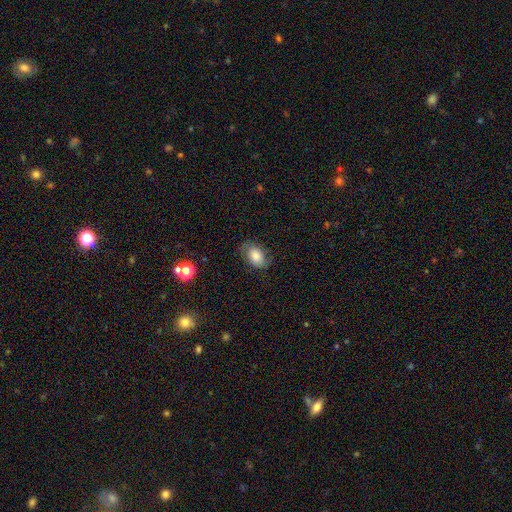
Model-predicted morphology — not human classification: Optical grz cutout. It shows a smooth galaxy with no disk features (71%) that is in between round and cigar-shaped (85%). Merging: none (71%).